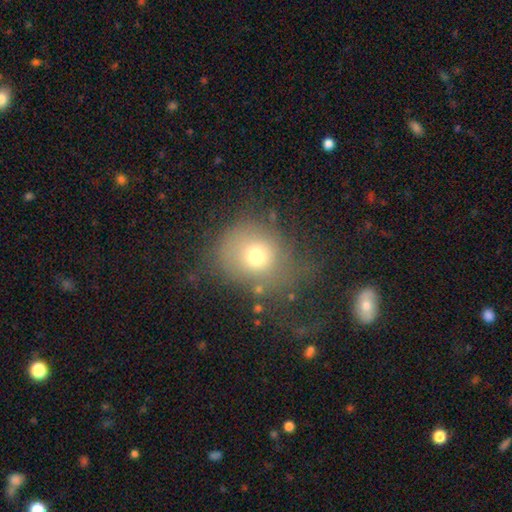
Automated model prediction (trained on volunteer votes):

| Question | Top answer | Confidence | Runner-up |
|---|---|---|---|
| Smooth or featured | smooth | 67% | featured or disk (18%) |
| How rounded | round | 77% | in between (22%) |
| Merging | none | 42% | major disturbance (31%) |